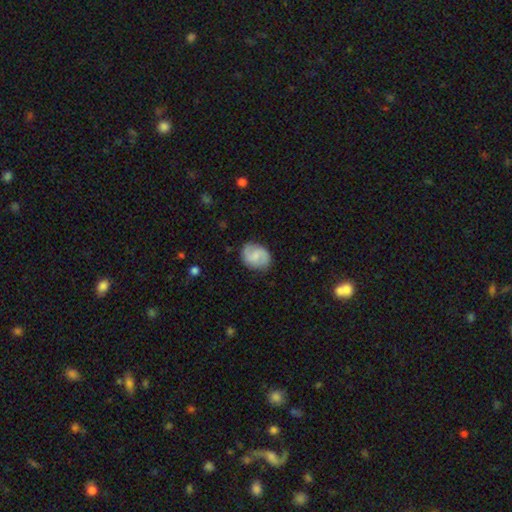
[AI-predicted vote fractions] featured or disk 57%, smooth 36%, star or artifact 7%. Down the decision tree: edge-on disk — no (98%); bar — weak (52%); spiral arms — yes (90%); spiral arm count — 2 (89%); spiral winding — medium (46%); bulge size — small (44%); merging — none (80%).